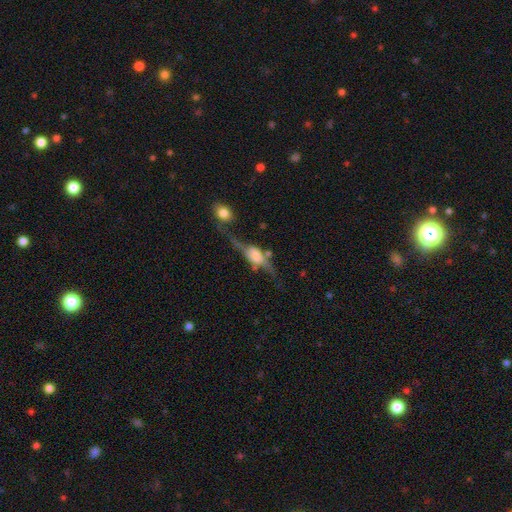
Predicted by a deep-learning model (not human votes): Morphology: type=featured or disk (73%); edge-on=yes (69%); edge-on bulge=rounded (62%); merging=none (40%).